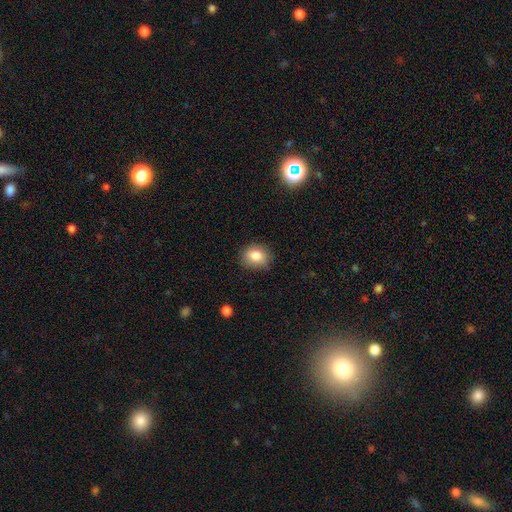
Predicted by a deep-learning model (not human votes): A smooth galaxy with no disk features (84%) that is round (59%).

Vote fractions:
- Smooth or featured? smooth: 84% / star or artifact: 9% / featured or disk: 7%
- How rounded? round: 59% / in between: 40% / cigar-shaped: 1%
- Merging? none: 80% / minor disturbance: 16% / major disturbance: 3% / merger: 1%